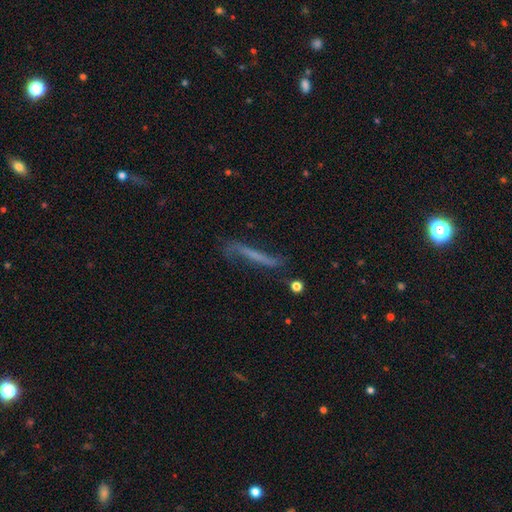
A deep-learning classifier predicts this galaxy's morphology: Smooth or featured? Predicted: featured or disk (p=0.52). Edge-on disk? Predicted: yes (p=0.65). Merging? Predicted: none (p=0.59).